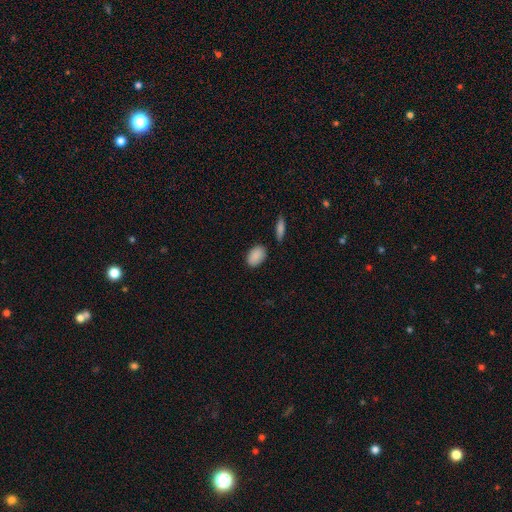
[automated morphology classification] Q: Smooth or featured?
A: smooth (89%); runner-up: star or artifact (7%)
Q: How rounded?
A: in between (90%); runner-up: round (9%)
Q: Merging?
A: none (82%); runner-up: minor disturbance (11%)